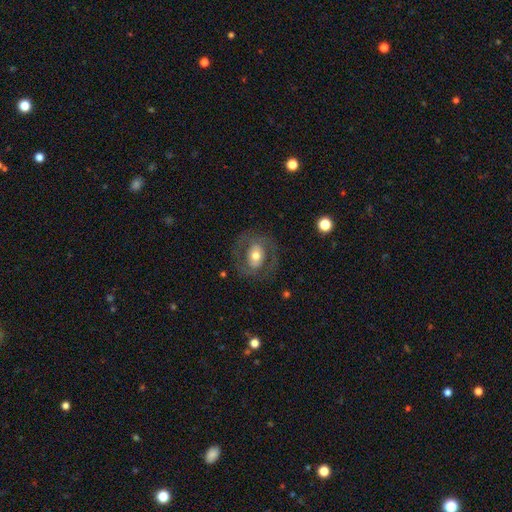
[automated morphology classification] The model was most divided on "smooth or featured": featured or disk: 50%, smooth: 43%, star or artifact: 7%. More confident: edge-on disk — no (95%); merging — none (73%).